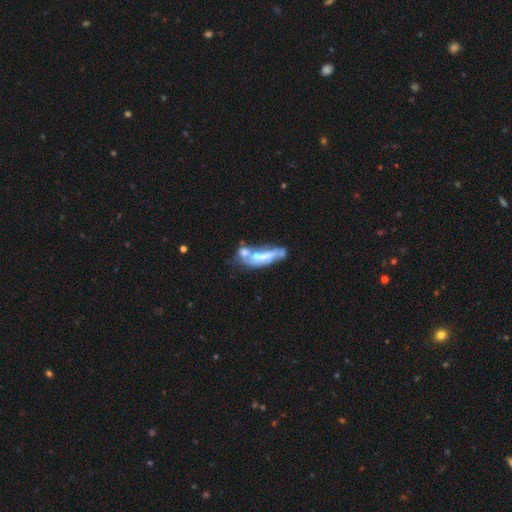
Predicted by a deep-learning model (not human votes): Smooth or featured? featured or disk (53%)
Edge-on disk? no (74%)
Merging? merger (43%)